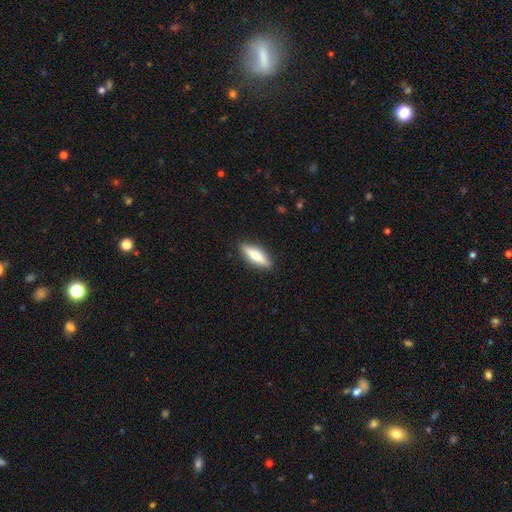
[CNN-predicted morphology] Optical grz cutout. It shows a smooth galaxy with no disk features (65%) that is cigar-shaped (64%). Merging: none (89%).